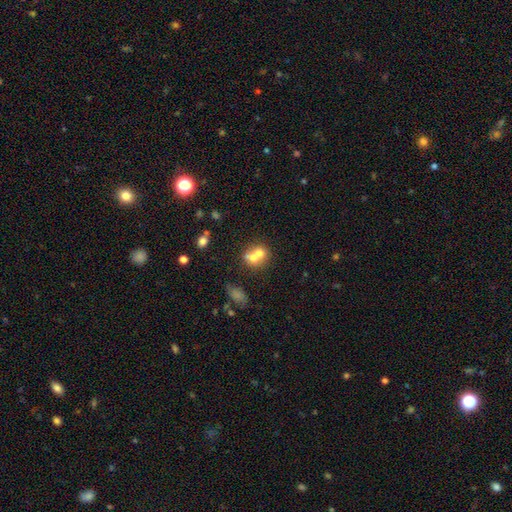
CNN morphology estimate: Q: Smooth or featured?
A: smooth (62%); runner-up: featured or disk (27%)
Q: How rounded?
A: round (69%); runner-up: in between (30%)
Q: Merging?
A: merger (64%); runner-up: none (25%)